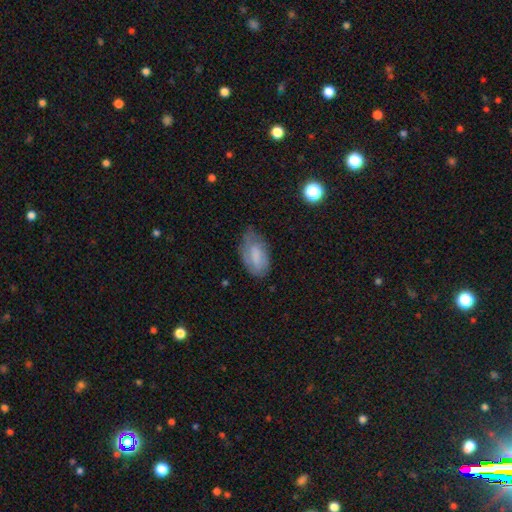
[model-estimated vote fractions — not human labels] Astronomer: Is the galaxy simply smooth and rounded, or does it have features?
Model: smooth — 68%.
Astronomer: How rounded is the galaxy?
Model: in between — 92%.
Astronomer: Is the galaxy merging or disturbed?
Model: none — 56% (runner-up: minor disturbance, 33%).